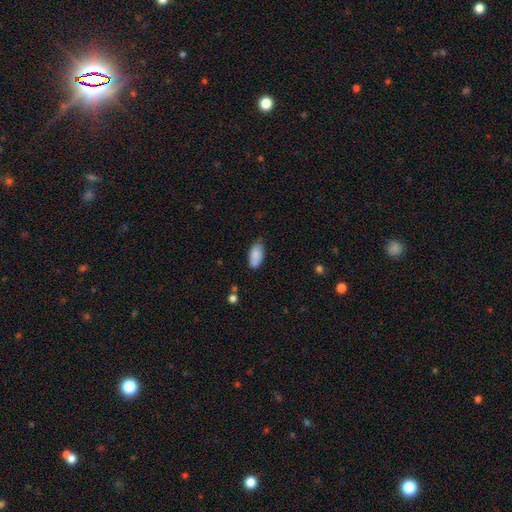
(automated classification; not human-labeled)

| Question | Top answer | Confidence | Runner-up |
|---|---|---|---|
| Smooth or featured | smooth | 86% | featured or disk (7%) |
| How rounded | in between | 92% | cigar-shaped (6%) |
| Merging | none | 74% | minor disturbance (21%) |